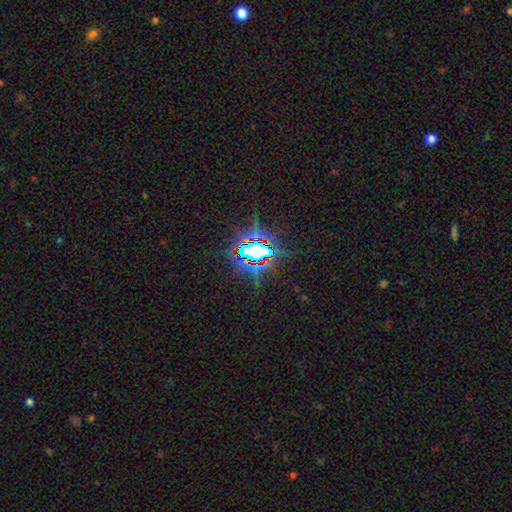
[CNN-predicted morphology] type=star or artifact (76%).